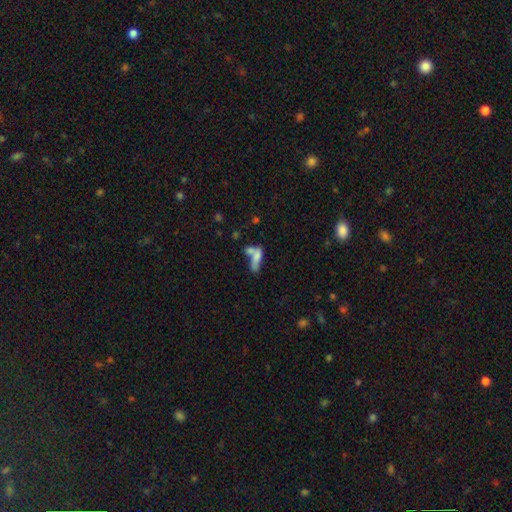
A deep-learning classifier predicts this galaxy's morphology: type=smooth (64%); roundness=in between (62%); merging=merger (52%).